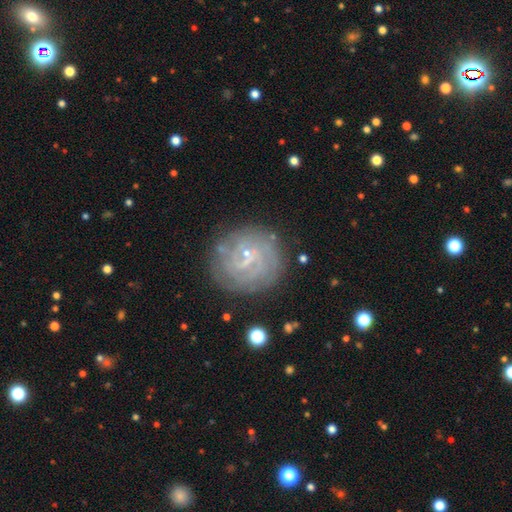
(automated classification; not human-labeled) Q: Smooth or featured?
A: featured or disk (78%); runner-up: smooth (13%)
Q: Edge-on disk?
A: no (97%); runner-up: yes (3%)
Q: Bar?
A: weak (47%); runner-up: no (41%)
Q: Spiral arms?
A: yes (91%); runner-up: no (9%)
Q: Spiral winding?
A: tight (70%); runner-up: medium (23%)
Q: Spiral arm count?
A: can't tell (36%); runner-up: 2 (22%)
Q: Bulge size?
A: small (81%); runner-up: none (9%)
Q: Merging?
A: none (79%); runner-up: minor disturbance (13%)